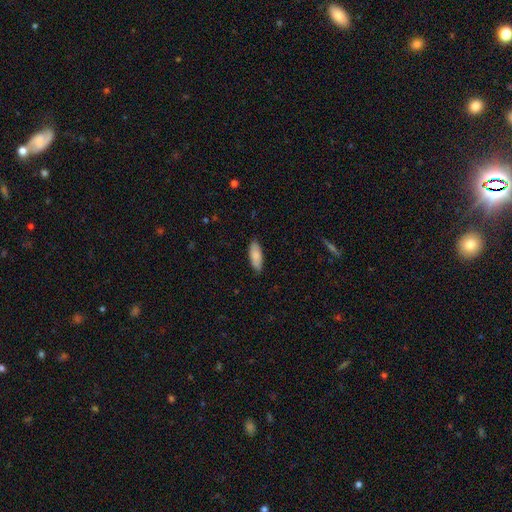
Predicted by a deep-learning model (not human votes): A smooth galaxy with no disk features (86%) that is in between round and cigar-shaped (71%).

Vote fractions:
- Smooth or featured? smooth: 86% / featured or disk: 8% / star or artifact: 6%
- How rounded? in between: 71% / cigar-shaped: 27% / round: 2%
- Merging? none: 86% / minor disturbance: 11% / major disturbance: 2% / merger: 1%